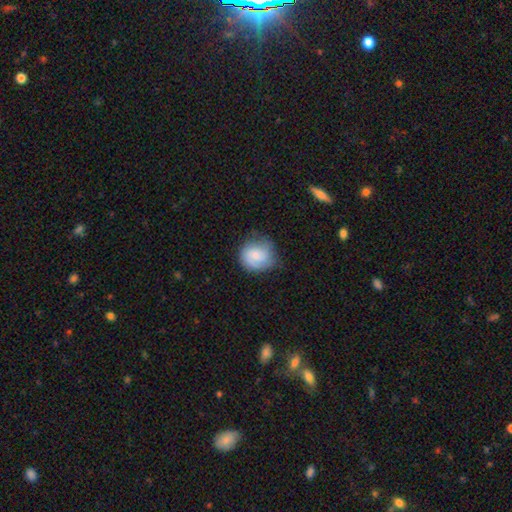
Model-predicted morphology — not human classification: This appears to be a smooth galaxy with no disk features (56%) that is round (81%). Merging: none (66%).